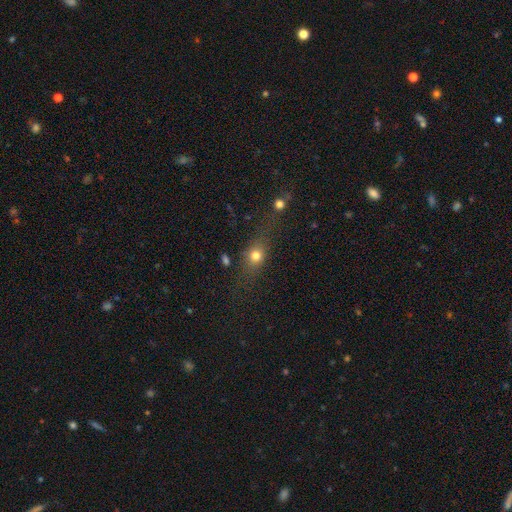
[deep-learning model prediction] Morphology: type=smooth (69%); roundness=round (45%); merging=none (62%).